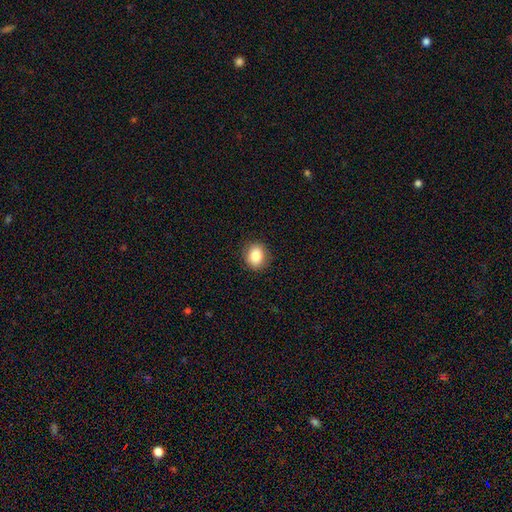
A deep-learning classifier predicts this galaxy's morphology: type=smooth (85%); roundness=round (71%); merging=none (89%).